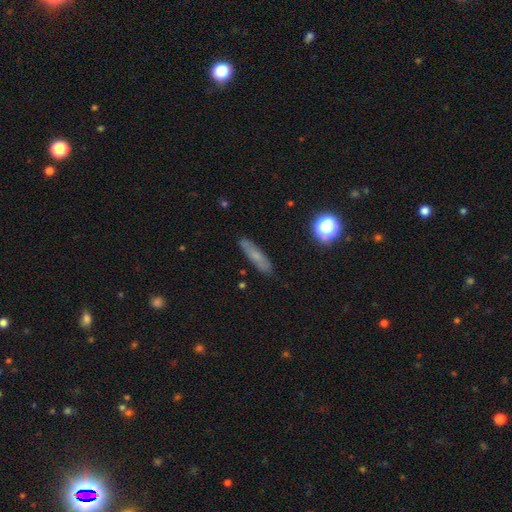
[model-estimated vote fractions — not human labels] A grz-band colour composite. It shows a smooth galaxy with no disk features (59%) that is cigar-shaped (74%). Merging: none (85%).